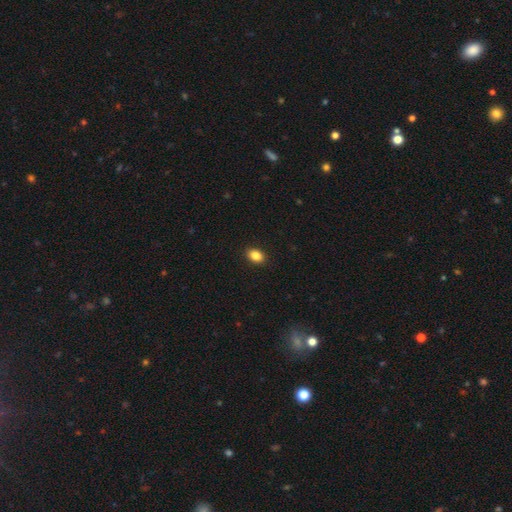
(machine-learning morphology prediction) type=smooth (86%); roundness=in between (76%); merging=none (91%).